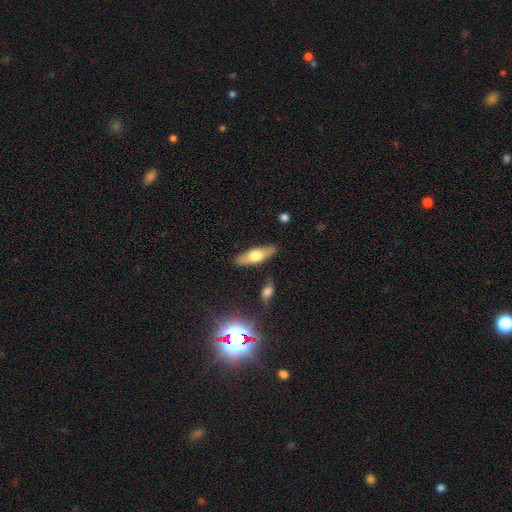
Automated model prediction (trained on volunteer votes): This appears to be a smooth galaxy with no disk features (50%). Merging: none (85%).